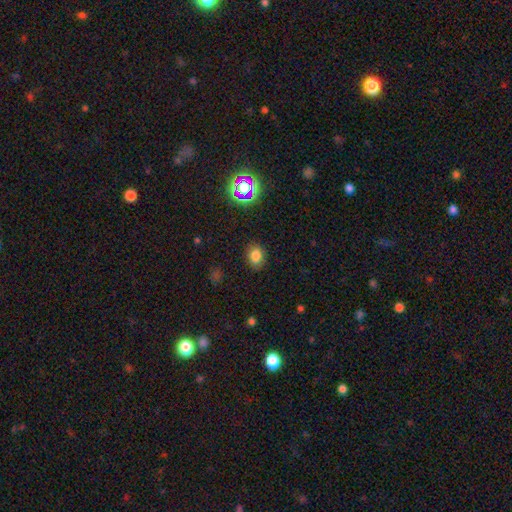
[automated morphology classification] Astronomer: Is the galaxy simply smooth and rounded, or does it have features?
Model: smooth — 77%.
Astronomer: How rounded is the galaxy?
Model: in between — 65%.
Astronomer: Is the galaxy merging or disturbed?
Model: none — 86%.